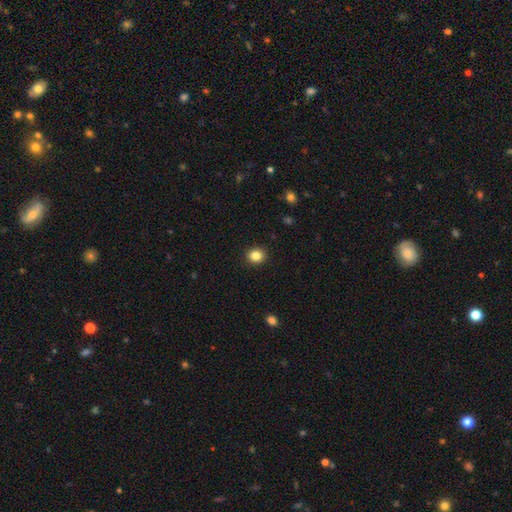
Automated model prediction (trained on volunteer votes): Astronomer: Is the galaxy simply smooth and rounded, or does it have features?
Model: smooth — 85%.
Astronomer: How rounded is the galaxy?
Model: round — 79%.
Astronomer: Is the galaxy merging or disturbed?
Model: none — 92%.